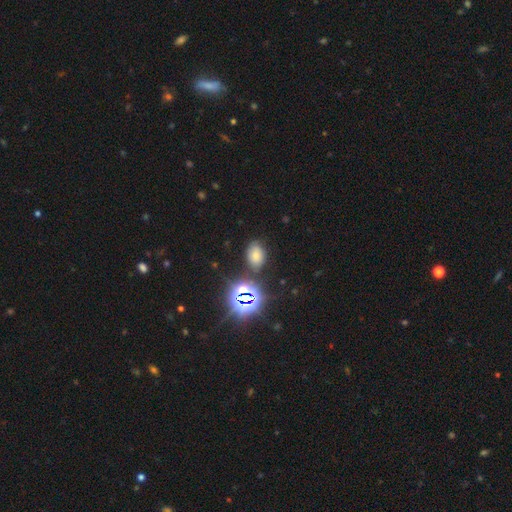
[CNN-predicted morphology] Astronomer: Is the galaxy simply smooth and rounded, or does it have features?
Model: smooth — 62%.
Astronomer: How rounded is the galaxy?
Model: in between — 80%.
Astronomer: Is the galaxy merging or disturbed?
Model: none — 77%.